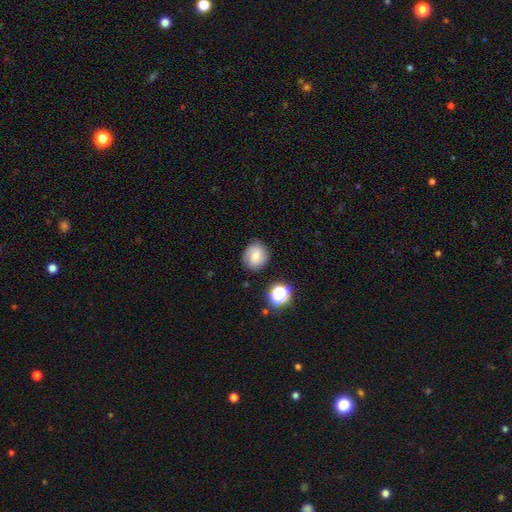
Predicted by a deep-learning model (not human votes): Q: Smooth or featured?
A: smooth (57%); runner-up: featured or disk (31%)
Q: How rounded?
A: round (81%); runner-up: in between (18%)
Q: Merging?
A: none (81%); runner-up: minor disturbance (13%)